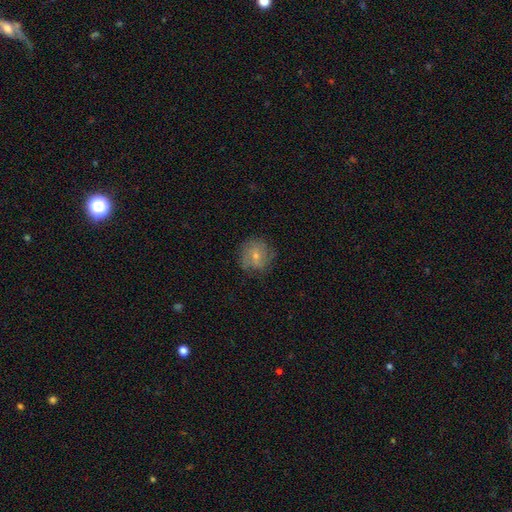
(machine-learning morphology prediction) A smooth galaxy with no disk features (46%).

Vote fractions:
- Smooth or featured? smooth: 46% / featured or disk: 45% / star or artifact: 8%
- Merging? none: 70% / minor disturbance: 20% / major disturbance: 8% / merger: 1%